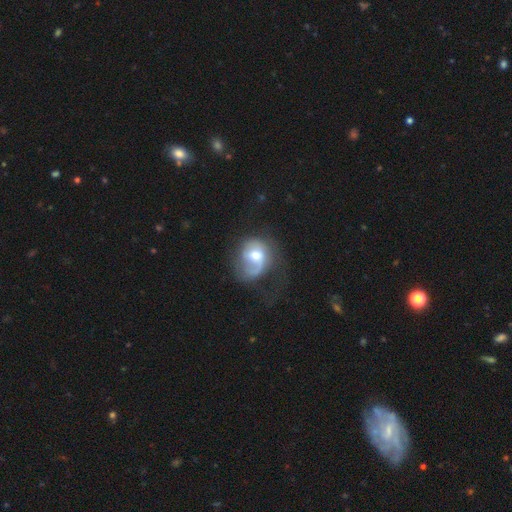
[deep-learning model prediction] featured or disk 55%, smooth 38%, star or artifact 8%. Down the decision tree: edge-on disk — no (97%); bar — no (56%); spiral arms — yes (74%); bulge size — moderate (66%); merging — none (38%).